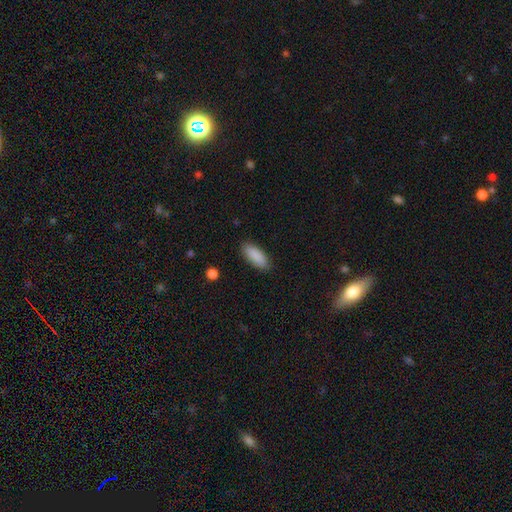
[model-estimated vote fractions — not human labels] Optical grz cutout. It shows a smooth galaxy with no disk features (90%) that is in between round and cigar-shaped (75%). Merging: none (88%).